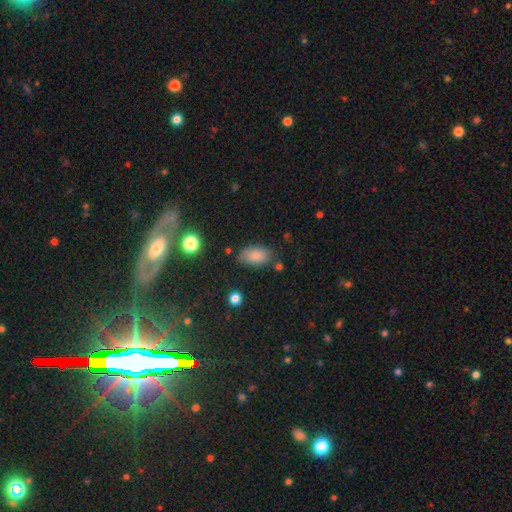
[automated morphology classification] Smooth or featured? Predicted: smooth (p=0.83). How rounded? Predicted: in between (p=0.92). Merging? Predicted: none (p=0.75).